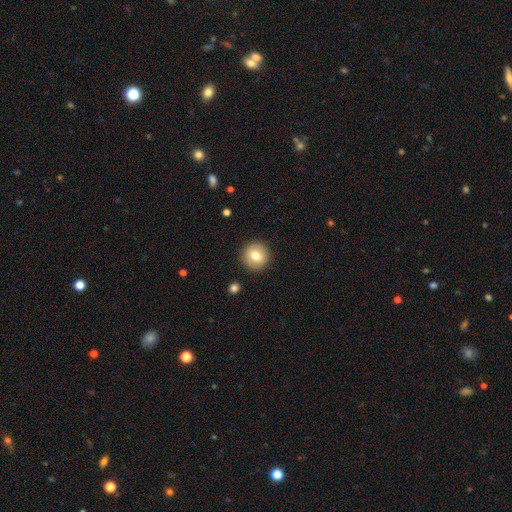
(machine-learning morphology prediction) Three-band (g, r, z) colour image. It shows a smooth galaxy with no disk features (74%) that is round (94%). Merging: none (91%).